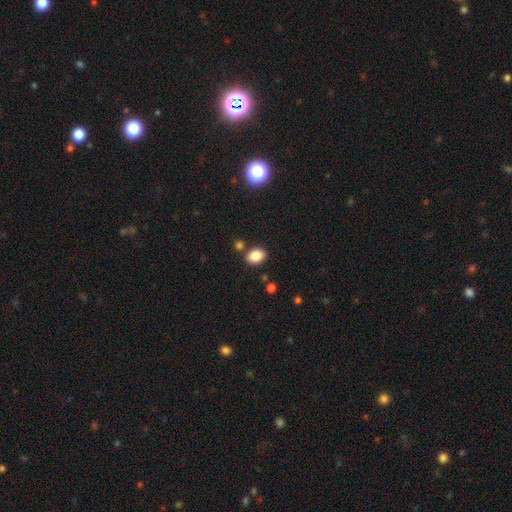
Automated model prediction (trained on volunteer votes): Q: Smooth or featured?
A: smooth (85%); runner-up: star or artifact (9%)
Q: How rounded?
A: in between (70%); runner-up: round (29%)
Q: Merging?
A: none (79%); runner-up: minor disturbance (11%)